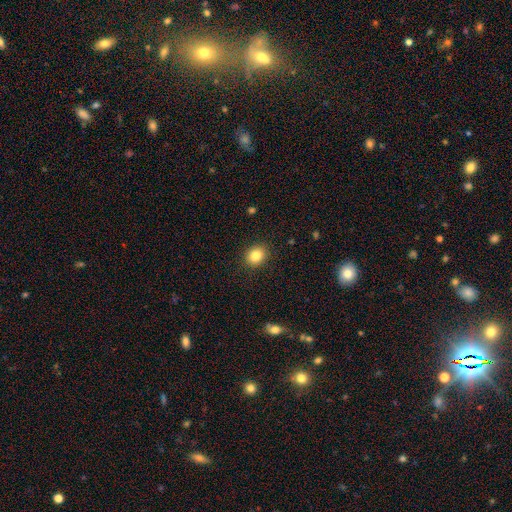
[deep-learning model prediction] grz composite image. It shows a smooth galaxy with no disk features (84%) that is round (60%). Merging: none (89%).